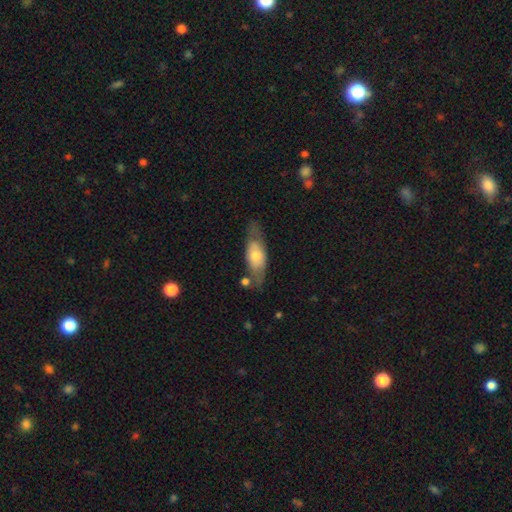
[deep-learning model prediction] Smooth or featured? Predicted: smooth (p=0.49). Merging? Predicted: none (p=0.62).